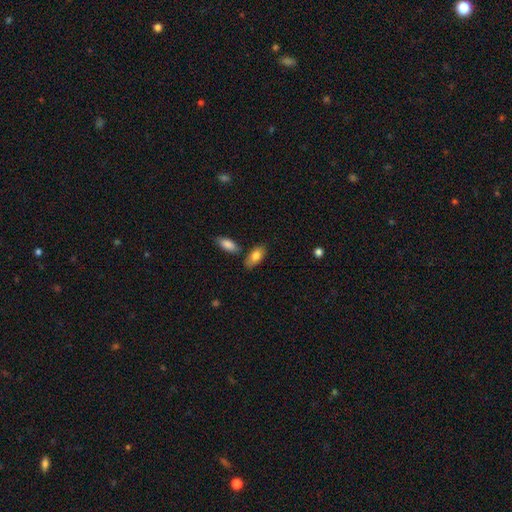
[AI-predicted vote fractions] A smooth galaxy with no disk features (81%) that is in between round and cigar-shaped (90%). Merging: none (70%).